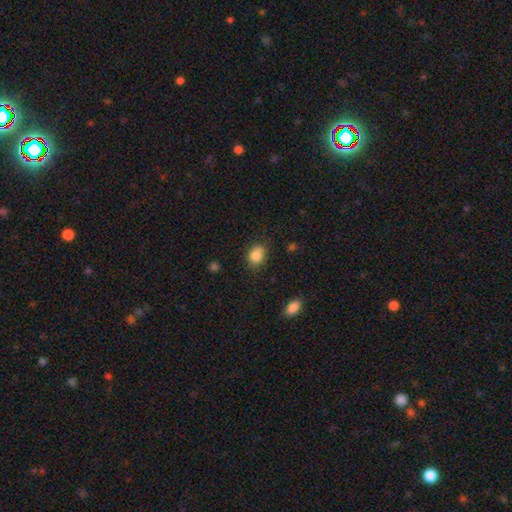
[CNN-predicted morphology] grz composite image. It shows a smooth galaxy with no disk features (85%) that is in between round and cigar-shaped (65%). Merging: none (73%).